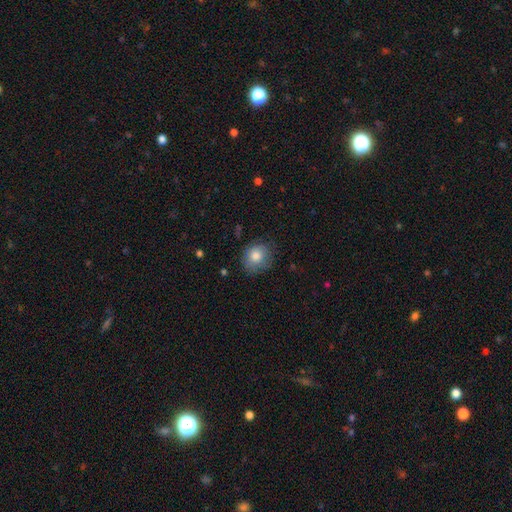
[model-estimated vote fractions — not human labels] smooth-or-featured: smooth: 80% | featured or disk: 12% | star or artifact: 8%
  how-rounded: round: 69% | in between: 30% | cigar-shaped: 1%
  merging: none: 73% | minor disturbance: 21% | major disturbance: 5% | merger: 1%